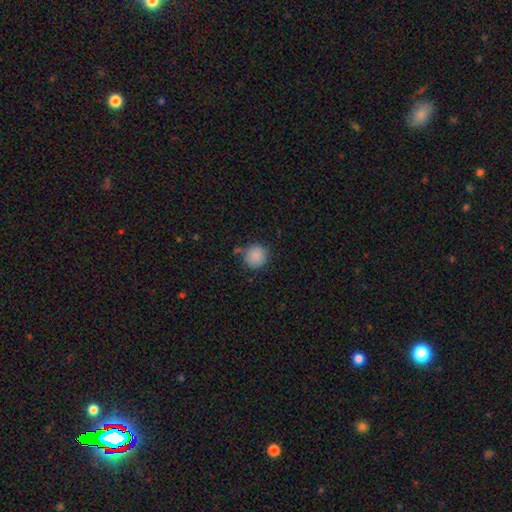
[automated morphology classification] Smooth or featured? Predicted: smooth (p=0.88). How rounded? Predicted: round (p=0.92). Merging? Predicted: none (p=0.81).